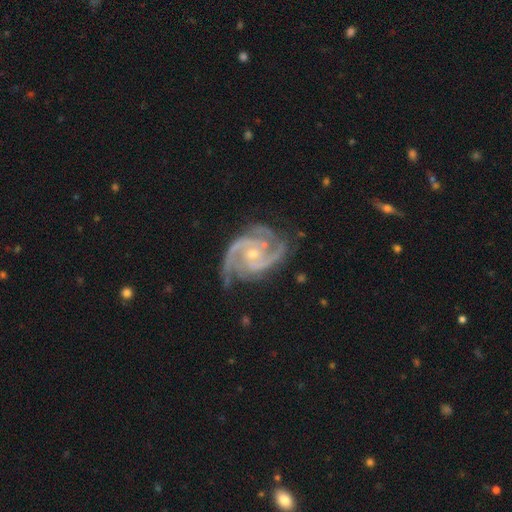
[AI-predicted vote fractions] Smooth or featured? featured or disk (93%)
Edge-on disk? no (98%)
Bar? no (58%)
Spiral arms? yes (99%)
Spiral winding? medium (49%)
Spiral arm count? 2 (49%)
Bulge size? small (63%)
Merging? none (71%)